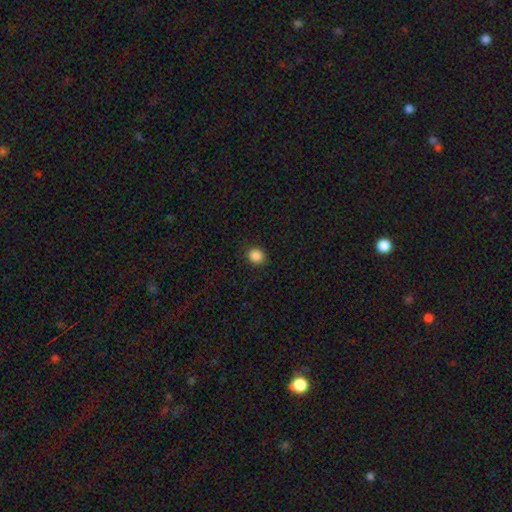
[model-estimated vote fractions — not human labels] This appears to be a smooth galaxy with no disk features (87%) that is round (82%). Merging: none (90%).